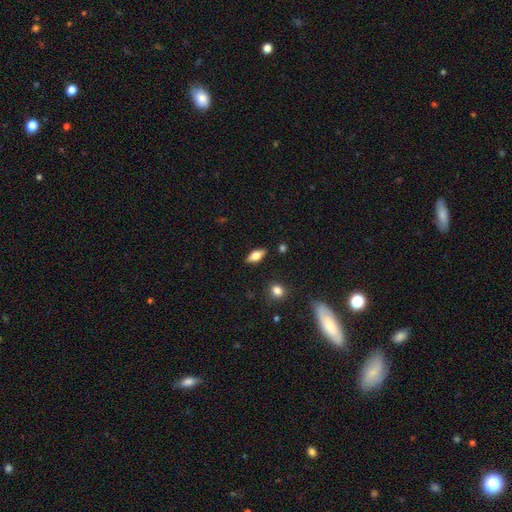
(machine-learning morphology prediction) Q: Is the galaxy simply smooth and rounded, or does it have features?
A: smooth — 61%.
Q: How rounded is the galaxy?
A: in between — 80%.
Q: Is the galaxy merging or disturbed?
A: none — 87%.